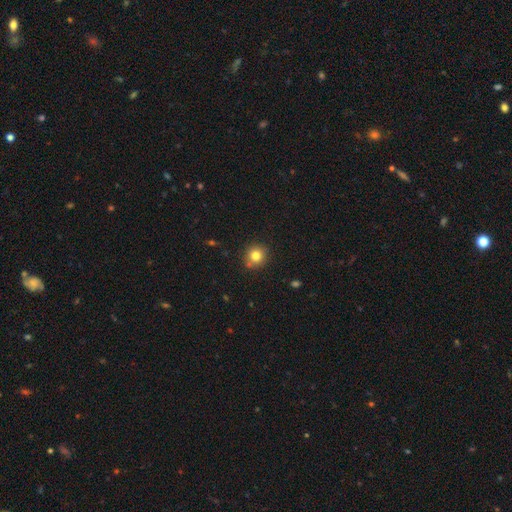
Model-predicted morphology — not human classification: A smooth galaxy with no disk features (80%) that is round (91%).

Vote fractions:
- Smooth or featured? smooth: 80% / star or artifact: 12% / featured or disk: 8%
- How rounded? round: 91% / in between: 8% / cigar-shaped: 1%
- Merging? none: 83% / minor disturbance: 10% / merger: 5% / major disturbance: 2%